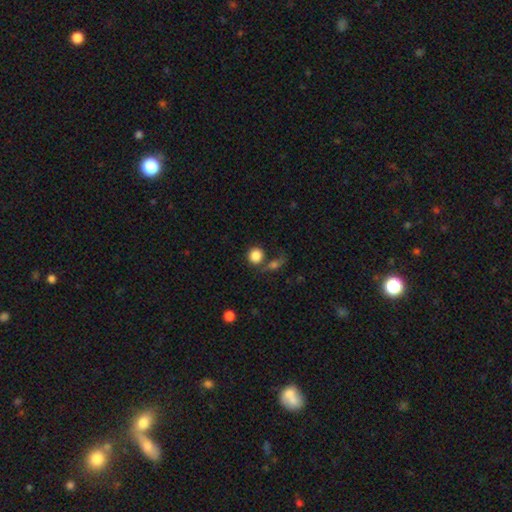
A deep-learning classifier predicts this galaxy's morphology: This is clearly a smooth galaxy (85%). How rounded: clearly round (87%). Merging: likely none (61%).